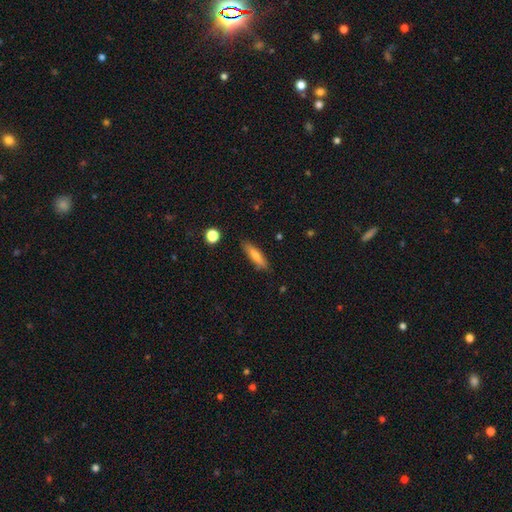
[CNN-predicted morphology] type=smooth (70%); roundness=cigar-shaped (74%); merging=none (85%).